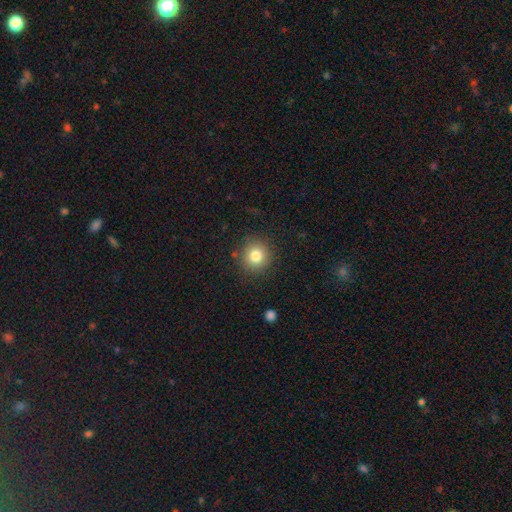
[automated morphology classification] smooth 81%, star or artifact 11%, featured or disk 8%. Down the decision tree: how rounded — round (92%); merging — none (88%).